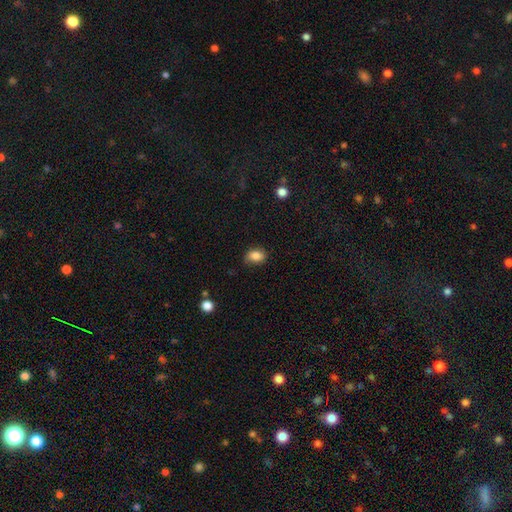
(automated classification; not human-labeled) Overall: smooth (85%). How rounded: in between (75%). Merging: none (75%).